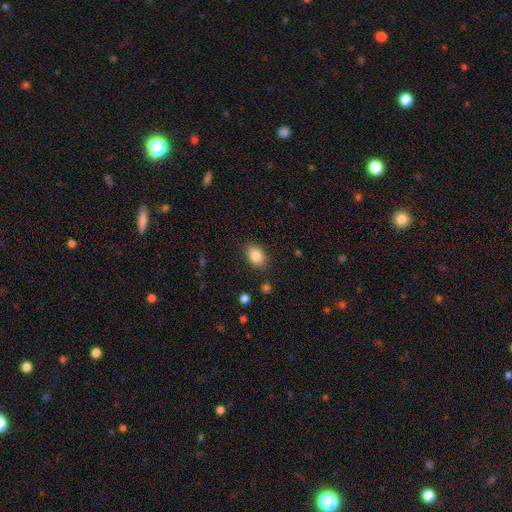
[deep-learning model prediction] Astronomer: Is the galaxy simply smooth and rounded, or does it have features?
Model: smooth — 85%.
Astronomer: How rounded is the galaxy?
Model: in between — 83%.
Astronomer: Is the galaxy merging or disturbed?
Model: none — 85%.